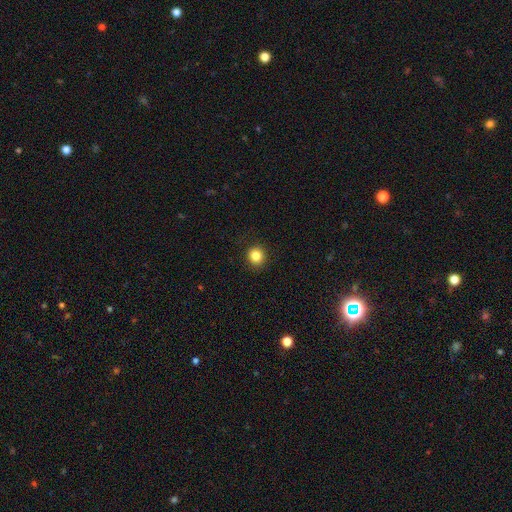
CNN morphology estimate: smooth_or_featured: smooth (p=0.84) [alt: star or artifact p=0.11]
how_rounded: round (p=0.88) [alt: in between p=0.11]
merging: none (p=0.90) [alt: minor disturbance p=0.07]